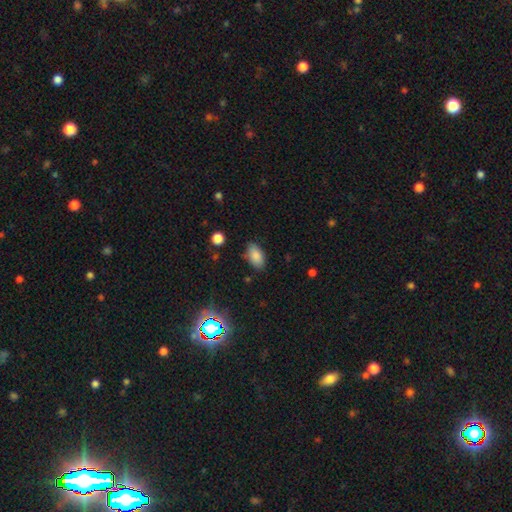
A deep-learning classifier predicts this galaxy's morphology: Smooth or featured? smooth (85%)
How rounded? in between (92%)
Merging? none (80%)